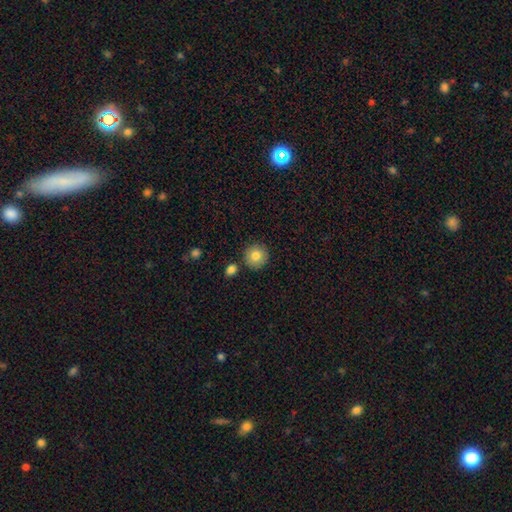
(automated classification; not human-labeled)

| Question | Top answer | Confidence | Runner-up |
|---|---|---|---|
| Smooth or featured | smooth | 83% | featured or disk (9%) |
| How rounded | round | 92% | in between (7%) |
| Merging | none | 84% | minor disturbance (8%) |